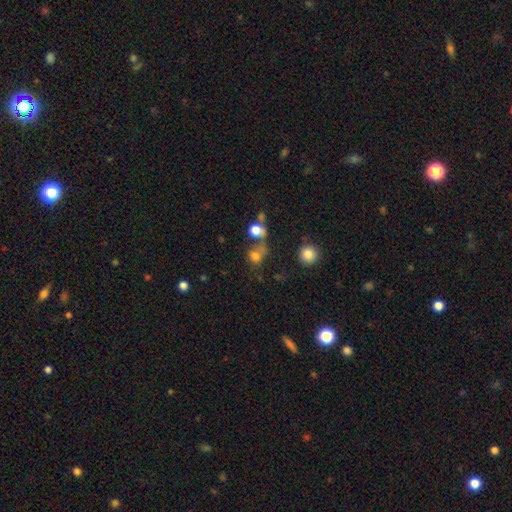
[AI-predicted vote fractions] Smooth or featured? Predicted: smooth (p=0.73). How rounded? Predicted: round (p=0.67). Merging? Predicted: none (p=0.42).